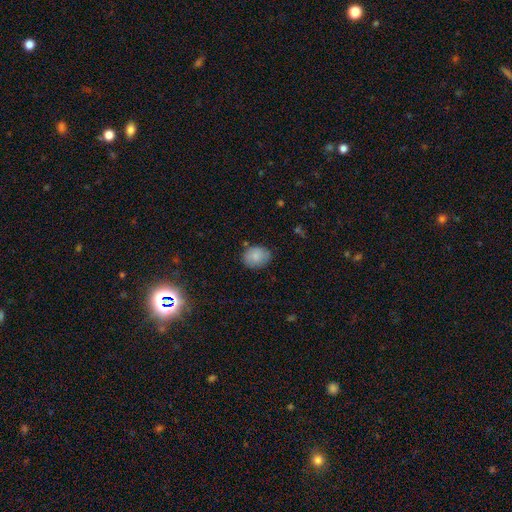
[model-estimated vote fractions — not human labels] This appears to be a smooth galaxy with no disk features (85%) that is in between round and cigar-shaped (57%). Merging: none (77%).